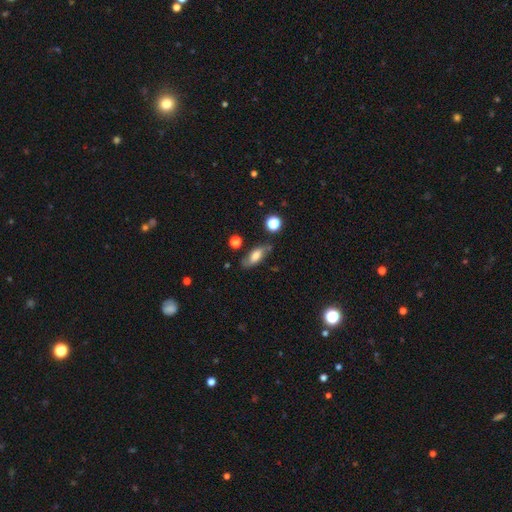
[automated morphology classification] Smooth or featured: smooth — 58% (featured or disk — 32%)
How rounded: in between — 75% (cigar-shaped — 19%)
Merging: none — 68% (minor disturbance — 20%)